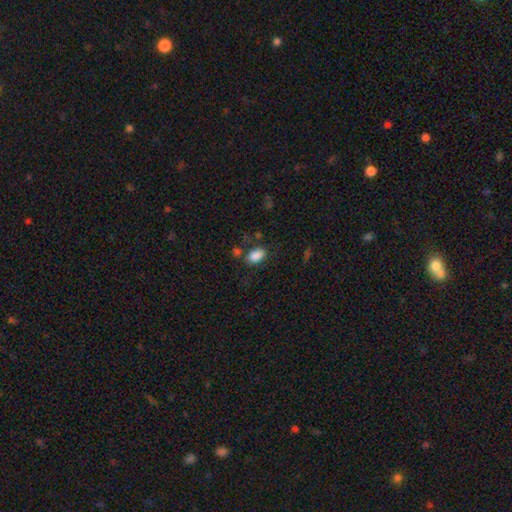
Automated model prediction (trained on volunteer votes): This is clearly a smooth galaxy (86%). How rounded: clearly in between (90%). Merging: likely none (69%).